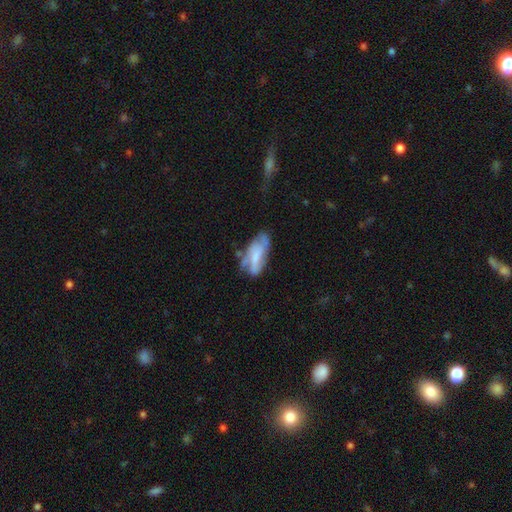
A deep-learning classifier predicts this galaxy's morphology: A featured or disk galaxy (49%).

Vote fractions:
- Smooth or featured? featured or disk: 49% / smooth: 43% / star or artifact: 8%
- Merging? none: 42% / minor disturbance: 30% / major disturbance: 20% / merger: 7%